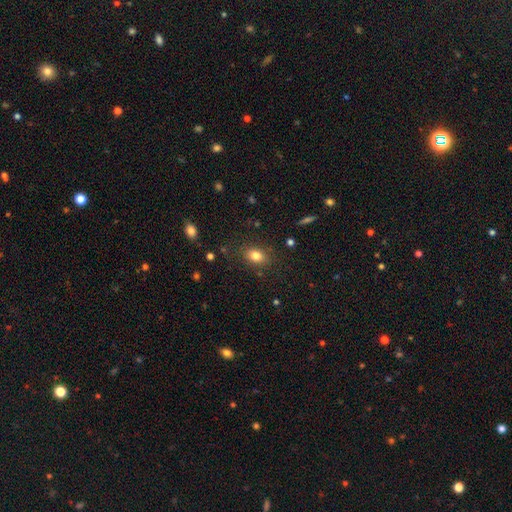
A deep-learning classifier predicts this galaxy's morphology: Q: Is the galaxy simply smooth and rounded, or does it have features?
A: smooth — 81%.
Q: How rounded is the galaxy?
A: in between — 74%.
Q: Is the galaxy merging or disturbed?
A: none — 83%.